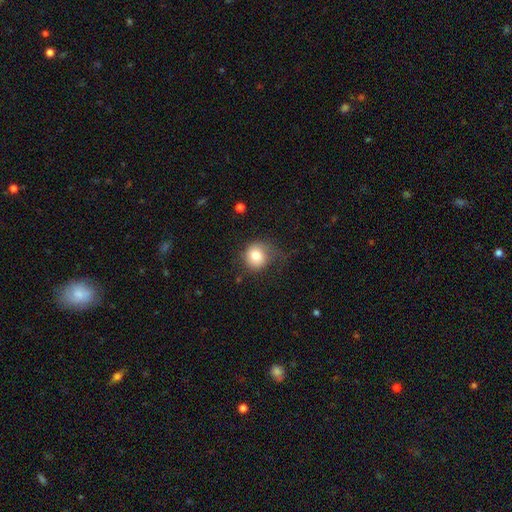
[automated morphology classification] A smooth galaxy with no disk features (77%) that is round (84%).

Vote fractions:
- Smooth or featured? smooth: 77% / featured or disk: 14% / star or artifact: 9%
- How rounded? round: 84% / in between: 15% / cigar-shaped: 1%
- Merging? none: 54% / minor disturbance: 27% / major disturbance: 17% / merger: 2%